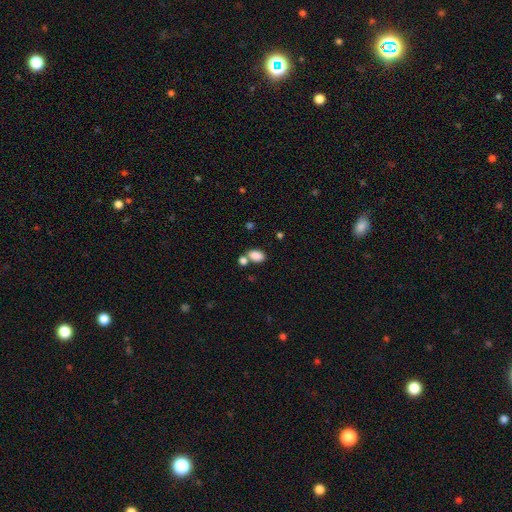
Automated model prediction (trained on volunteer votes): A smooth galaxy with no disk features (86%) that is in between round and cigar-shaped (83%). Merging: none (53%).